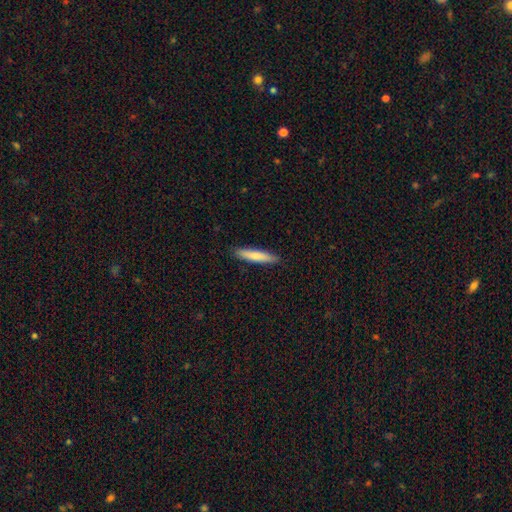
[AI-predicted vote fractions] Morphology: type=smooth (75%); roundness=cigar-shaped (90%); merging=none (90%).